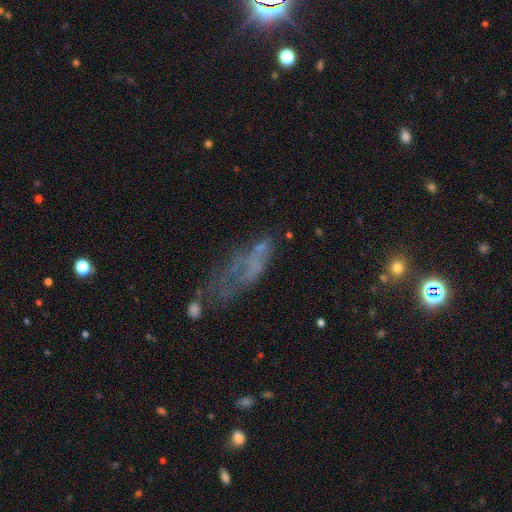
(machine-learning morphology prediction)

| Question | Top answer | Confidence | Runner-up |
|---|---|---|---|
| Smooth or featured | featured or disk | 43% | smooth (37%) |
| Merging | major disturbance | 38% | none (30%) |